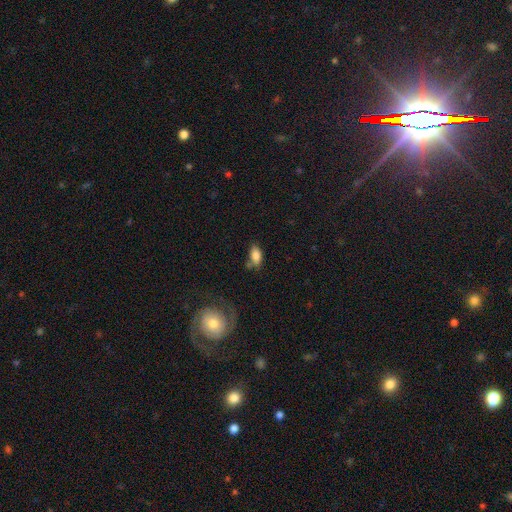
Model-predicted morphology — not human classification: Smooth or featured?
  - smooth: 82% *
  - featured or disk: 9%
  - star or artifact: 8%
How rounded?
  - in between: 90% *
  - cigar-shaped: 5%
  - round: 4%
Merging?
  - none: 60% *
  - minor disturbance: 23%
  - merger: 10%
  - major disturbance: 7%